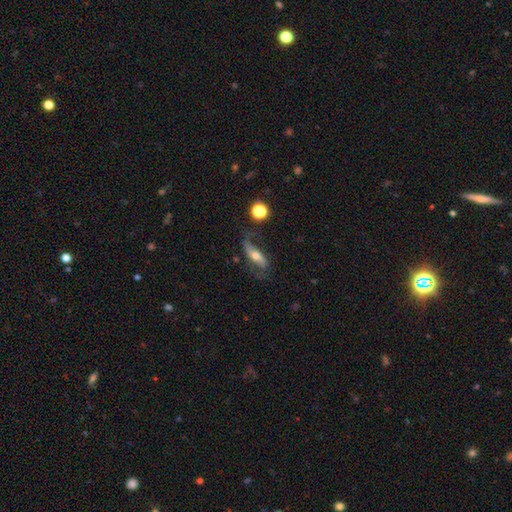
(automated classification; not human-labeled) This appears to be a featured or disk galaxy (61%). Merging: none (56%).